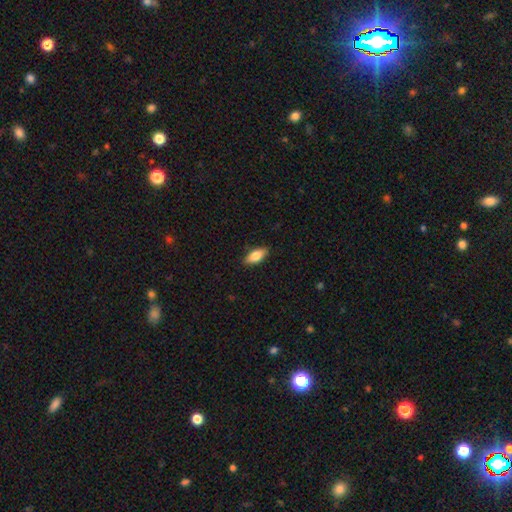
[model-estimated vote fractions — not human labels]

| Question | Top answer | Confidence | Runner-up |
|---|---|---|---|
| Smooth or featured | smooth | 77% | featured or disk (16%) |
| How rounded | in between | 82% | cigar-shaped (15%) |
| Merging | none | 88% | minor disturbance (9%) |